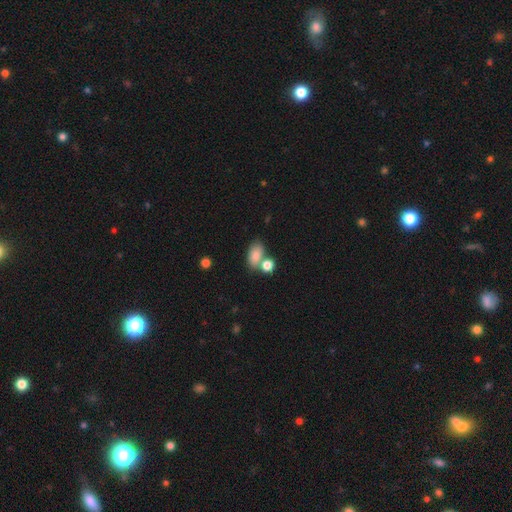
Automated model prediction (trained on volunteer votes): A smooth galaxy with no disk features (83%) that is in between round and cigar-shaped (88%).

Vote fractions:
- Smooth or featured? smooth: 83% / featured or disk: 8% / star or artifact: 8%
- How rounded? in between: 88% / round: 10% / cigar-shaped: 3%
- Merging? none: 48% / merger: 34% / minor disturbance: 13% / major disturbance: 5%